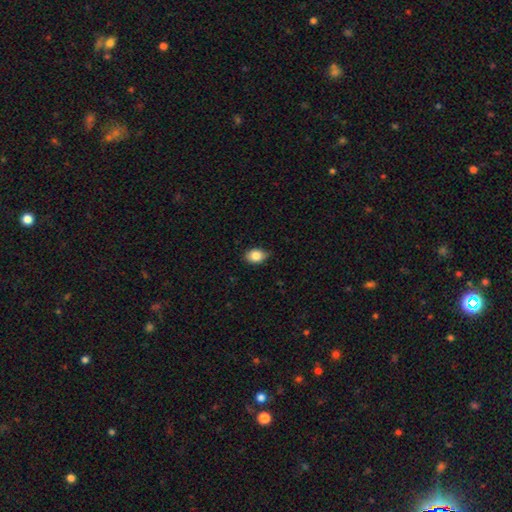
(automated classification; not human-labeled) Morphology: type=smooth (85%); roundness=in between (69%); merging=none (74%).